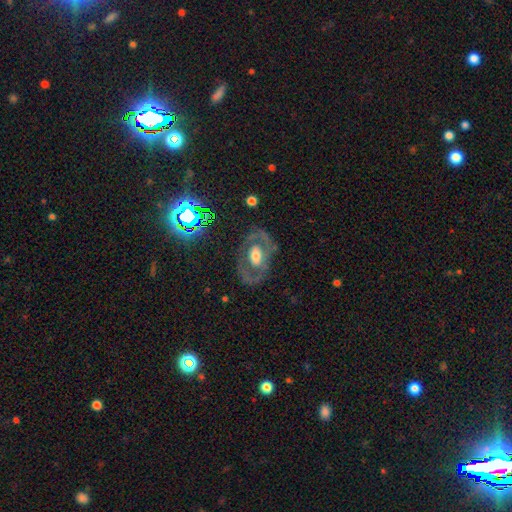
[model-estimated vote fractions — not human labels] smooth-or-featured: featured or disk: 69% | smooth: 23% | star or artifact: 8%
  disk-edge-on: no: 94% | yes: 6%
    bar: no: 58% | weak: 28% | strong: 14%
    has-spiral-arms: yes: 51% | no: 49%
    bulge-size: moderate: 55% | large: 29% | small: 12% | dominant: 3% | none: 2%
  merging: none: 73% | minor disturbance: 15% | major disturbance: 11% | merger: 2%